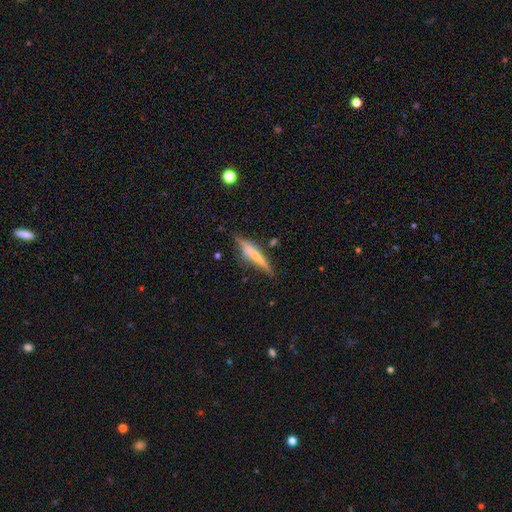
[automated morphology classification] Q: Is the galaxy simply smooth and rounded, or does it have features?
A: featured or disk — 51%.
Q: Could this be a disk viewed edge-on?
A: yes — 91%.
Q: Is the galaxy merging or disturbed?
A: none — 68%.